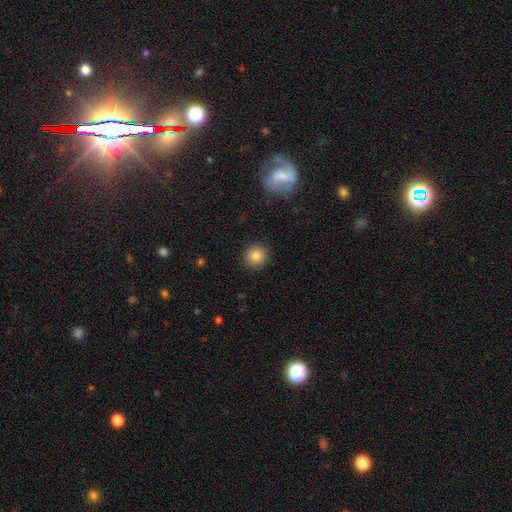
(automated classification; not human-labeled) Overall: smooth (82%). How rounded: round (92%). Merging: none (91%).